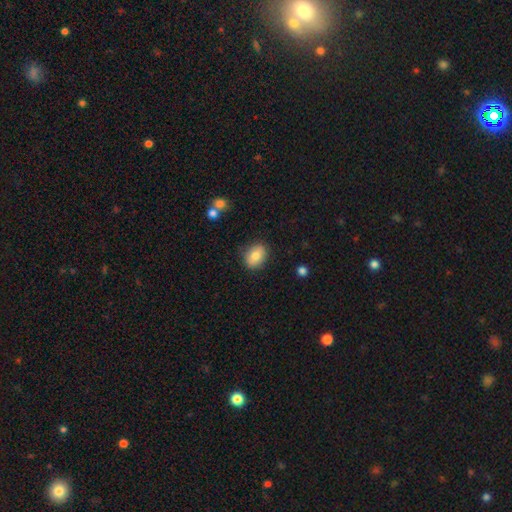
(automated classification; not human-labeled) Q: Smooth or featured?
A: smooth (81%); runner-up: featured or disk (11%)
Q: How rounded?
A: in between (72%); runner-up: round (26%)
Q: Merging?
A: none (83%); runner-up: minor disturbance (12%)